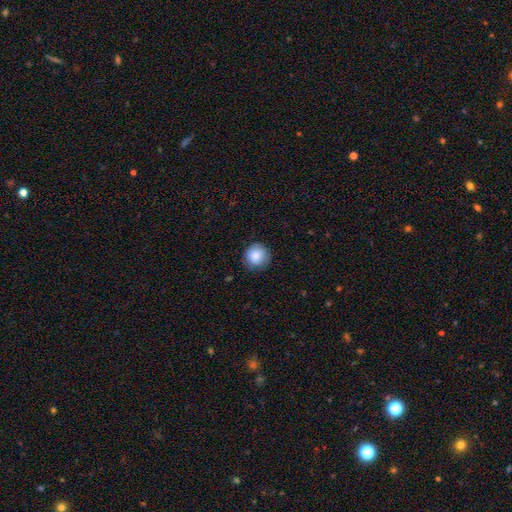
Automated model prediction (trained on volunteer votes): Q: Smooth or featured?
A: smooth (84%); runner-up: star or artifact (8%)
Q: How rounded?
A: round (94%); runner-up: in between (6%)
Q: Merging?
A: none (82%); runner-up: minor disturbance (14%)